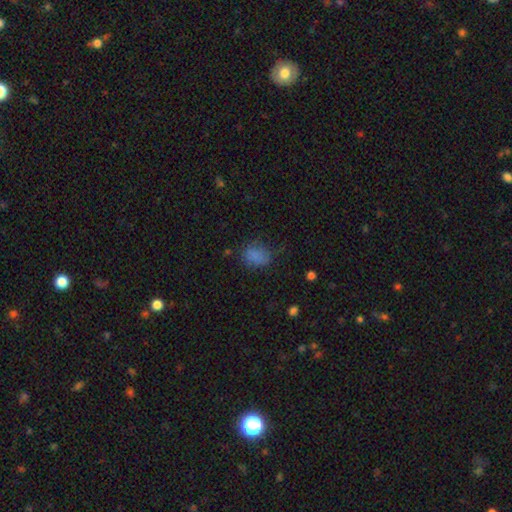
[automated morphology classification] Q: Smooth or featured?
A: smooth (78%); runner-up: star or artifact (14%)
Q: How rounded?
A: in between (68%); runner-up: round (30%)
Q: Merging?
A: none (60%); runner-up: minor disturbance (26%)